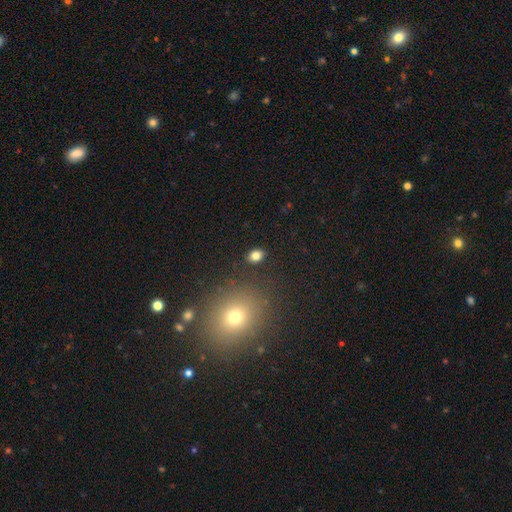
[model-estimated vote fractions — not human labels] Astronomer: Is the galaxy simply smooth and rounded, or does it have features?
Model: smooth — 81%.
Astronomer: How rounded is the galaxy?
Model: in between — 64%.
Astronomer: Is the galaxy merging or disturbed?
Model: none — 86%.